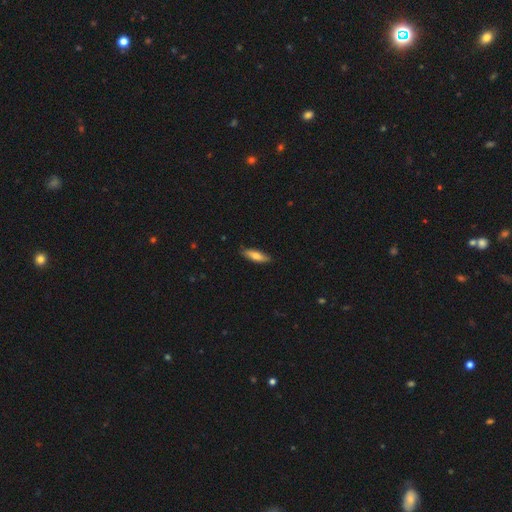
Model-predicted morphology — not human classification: Overall: smooth (73%). How rounded: cigar-shaped (58%; in between 40%). Merging: none (85%).